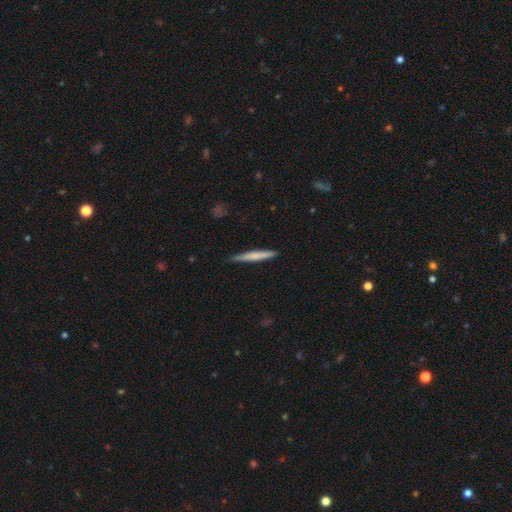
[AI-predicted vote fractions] smooth_or_featured: smooth (p=0.63) [alt: featured or disk p=0.32]
how_rounded: cigar-shaped (p=0.96) [alt: in between p=0.03]
merging: none (p=0.86) [alt: minor disturbance p=0.11]